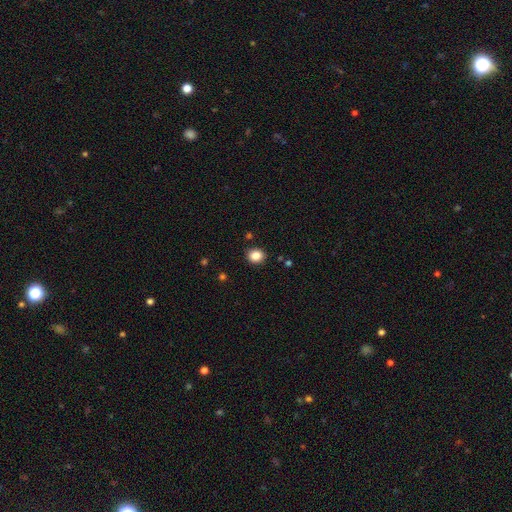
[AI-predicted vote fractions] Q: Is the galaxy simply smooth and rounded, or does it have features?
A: smooth — 85%.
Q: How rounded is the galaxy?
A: round — 76%.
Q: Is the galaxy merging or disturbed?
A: none — 89%.